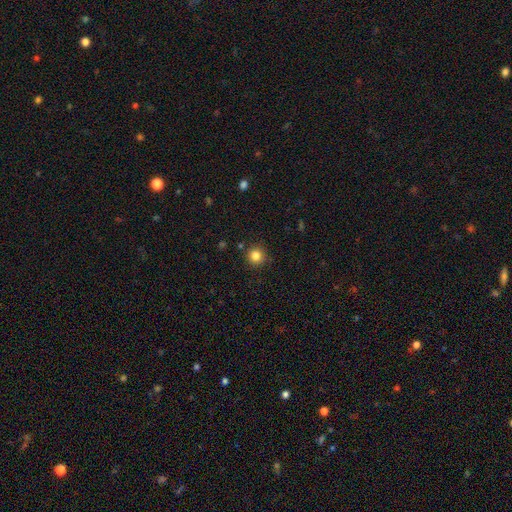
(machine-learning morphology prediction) Smooth or featured: smooth — 83% (star or artifact — 12%)
How rounded: round — 95% (in between — 4%)
Merging: none — 89% (minor disturbance — 7%)